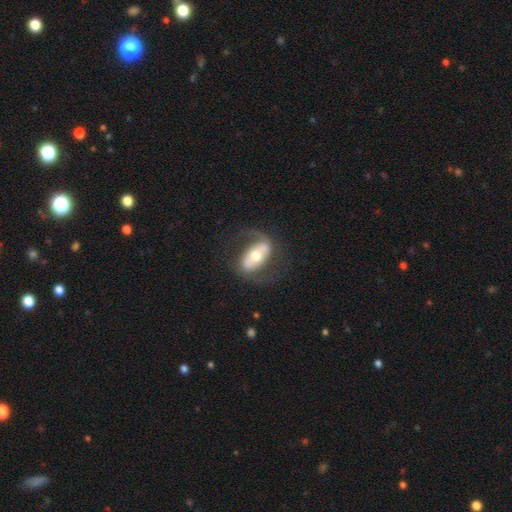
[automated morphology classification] The model was most divided on "spiral winding": medium: 43%, loose: 41%, tight: 17%. Remaining: edge-on disk — no (93%); spiral arm count — 2 (85%); spiral arms — yes (77%); smooth or featured — featured or disk (70%); bulge size — moderate (68%); merging — none (65%); bar — strong (41%).